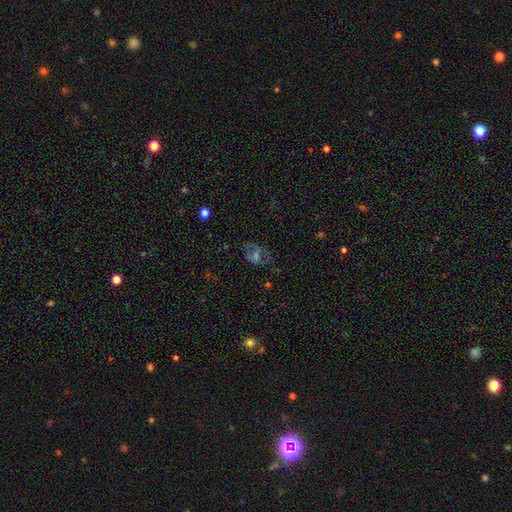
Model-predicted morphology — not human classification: type=featured or disk (45%); merging=none (58%).